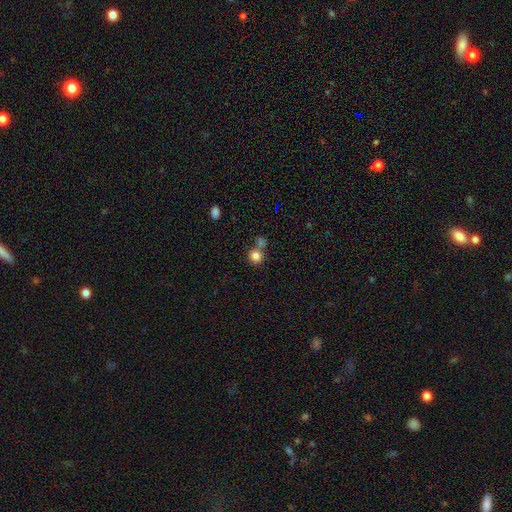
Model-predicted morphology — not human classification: type=smooth (82%); roundness=round (90%); merging=none (60%).